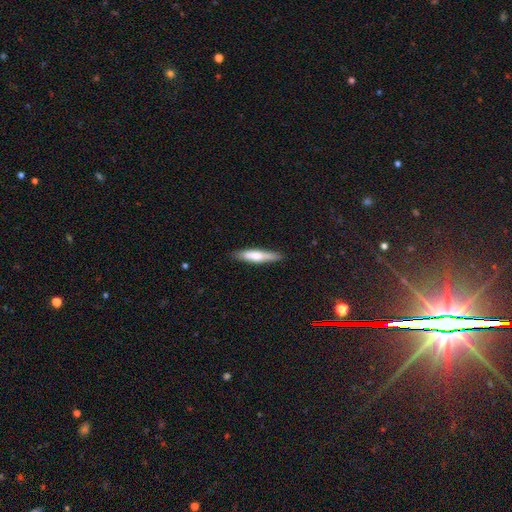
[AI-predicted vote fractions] This appears to be a smooth galaxy with no disk features (64%) that is cigar-shaped (84%). Merging: none (85%).